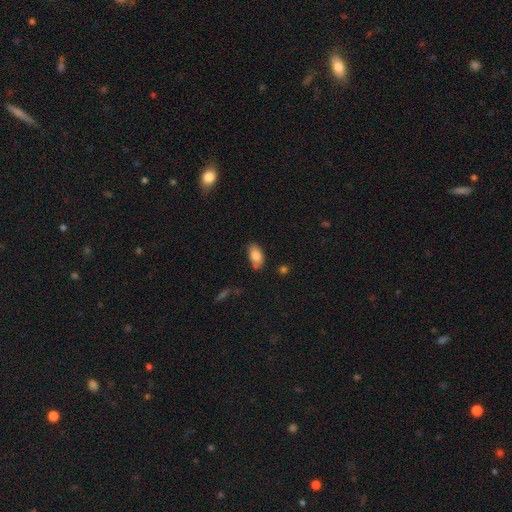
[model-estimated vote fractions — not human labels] smooth 82%, featured or disk 10%, star or artifact 7%. Down the decision tree: how rounded — in between (92%); merging — none (72%).